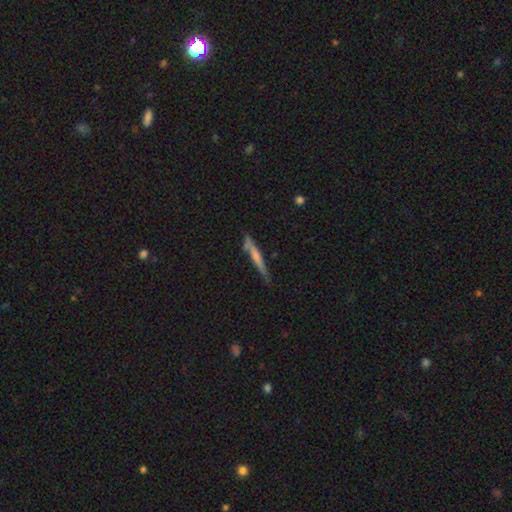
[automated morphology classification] Overall: smooth (53%; featured or disk 41%). How rounded: cigar-shaped (94%). Merging: none (68%).